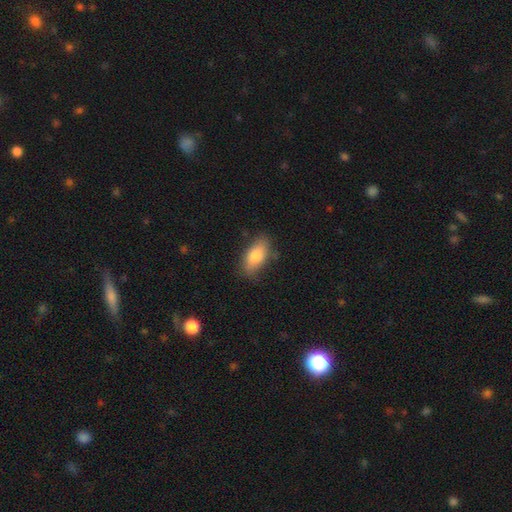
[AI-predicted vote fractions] Smooth or featured: smooth — 80% (featured or disk — 13%)
How rounded: in between — 88% (cigar-shaped — 8%)
Merging: none — 77% (minor disturbance — 17%)